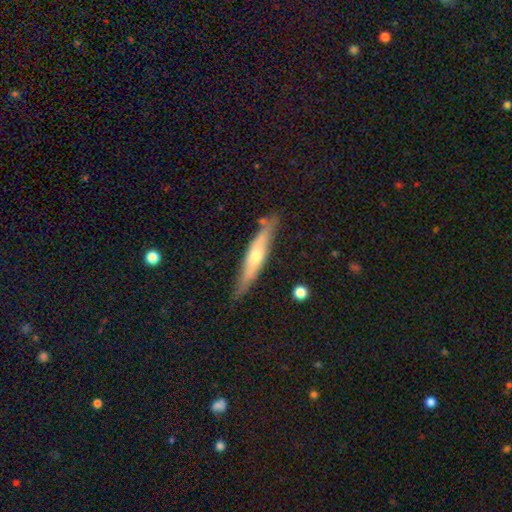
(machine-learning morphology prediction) Smooth or featured: featured or disk — 55% (smooth — 39%)
Edge-on disk: yes — 89% (no — 11%)
Merging: none — 80% (minor disturbance — 14%)